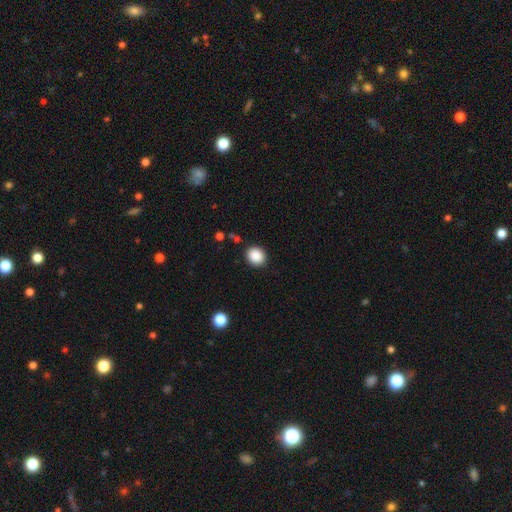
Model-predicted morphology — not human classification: Overall: smooth (88%). How rounded: round (69%; in between 30%). Merging: none (88%).